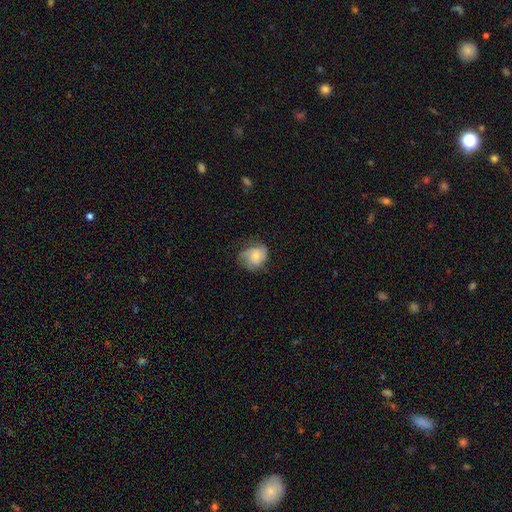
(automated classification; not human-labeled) This appears to be a smooth galaxy with no disk features (67%) that is round (59%). Merging: none (54%).